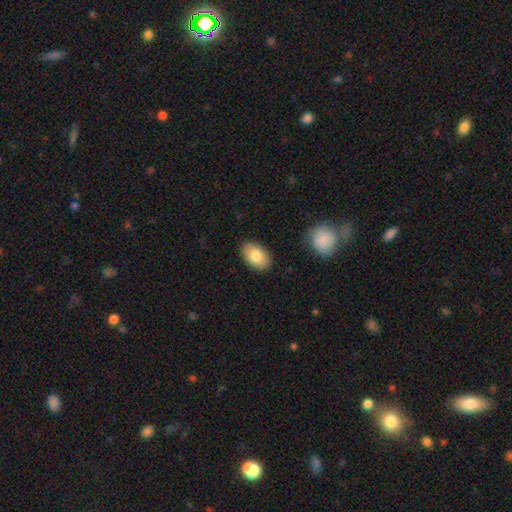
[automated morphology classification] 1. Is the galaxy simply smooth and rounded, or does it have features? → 82% smooth, 11% featured or disk, 6% star or artifact.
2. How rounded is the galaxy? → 91% in between, 8% round, 1% cigar-shaped.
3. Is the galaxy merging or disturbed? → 86% none, 10% minor disturbance, 2% major disturbance, 2% merger.